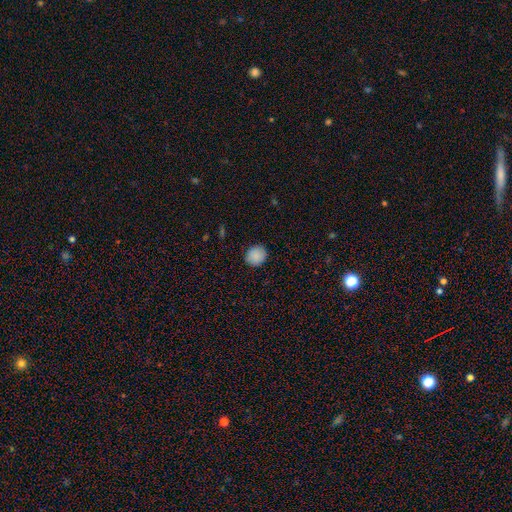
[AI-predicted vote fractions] Smooth or featured?
  - smooth: 88% *
  - star or artifact: 8%
  - featured or disk: 4%
How rounded?
  - round: 84% *
  - in between: 15%
  - cigar-shaped: 1%
Merging?
  - none: 89% *
  - minor disturbance: 8%
  - major disturbance: 2%
  - merger: 1%